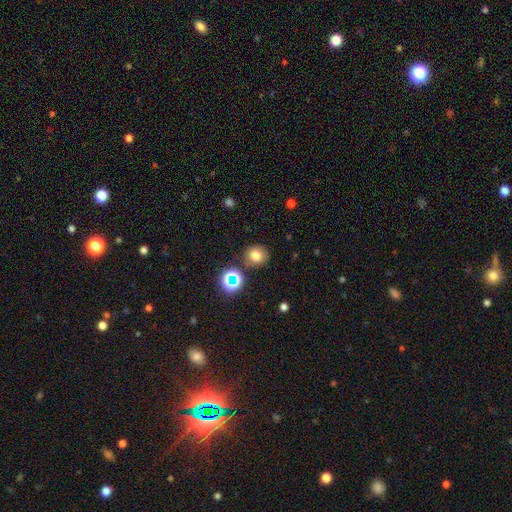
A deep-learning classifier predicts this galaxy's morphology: A smooth galaxy with no disk features (74%) that is round (85%).

Vote fractions:
- Smooth or featured? smooth: 74% / star or artifact: 17% / featured or disk: 9%
- How rounded? round: 85% / in between: 14% / cigar-shaped: 1%
- Merging? none: 83% / minor disturbance: 9% / merger: 5% / major disturbance: 3%